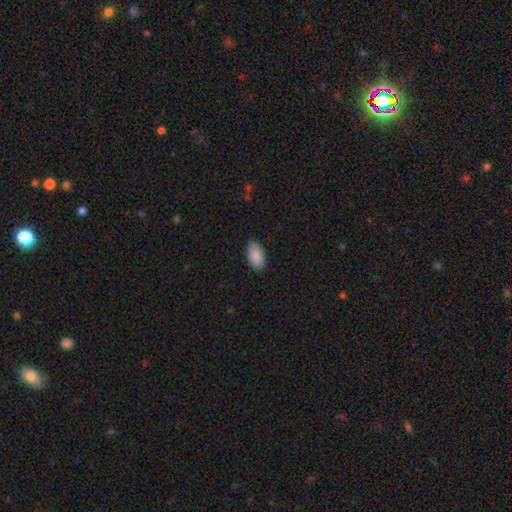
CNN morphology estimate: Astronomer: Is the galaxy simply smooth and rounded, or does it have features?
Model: smooth — 89%.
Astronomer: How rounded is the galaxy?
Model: in between — 95%.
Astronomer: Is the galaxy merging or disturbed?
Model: none — 88%.